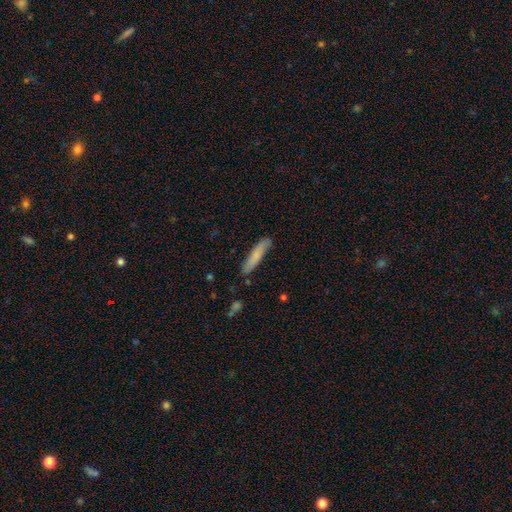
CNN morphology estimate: type=smooth (72%); roundness=cigar-shaped (88%); merging=none (82%).